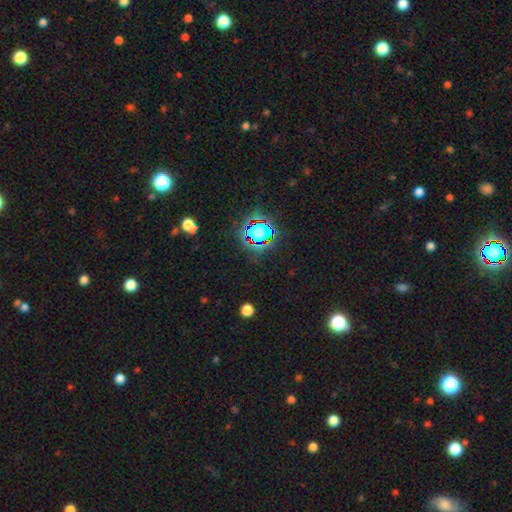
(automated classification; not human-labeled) Smooth or featured: star or artifact — 78% (smooth — 14%)